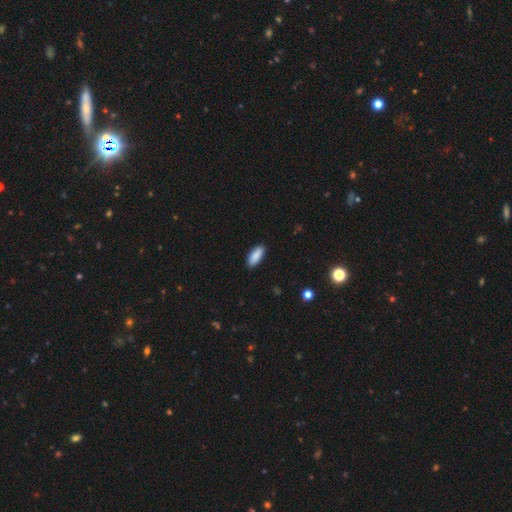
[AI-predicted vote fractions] smooth 89%, star or artifact 6%, featured or disk 4%. Down the decision tree: how rounded — in between (82%); merging — none (89%).